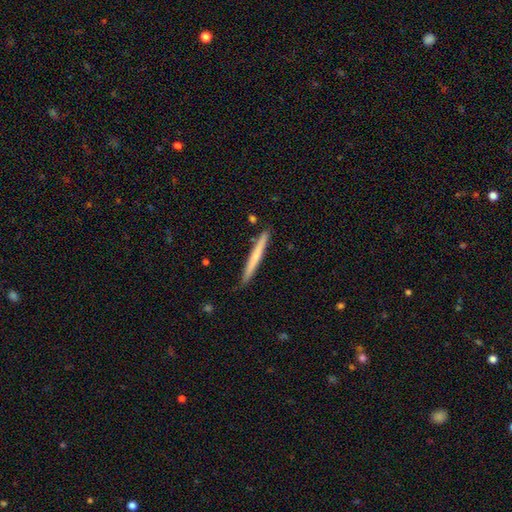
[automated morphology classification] Smooth or featured? Predicted: smooth (p=0.61). How rounded? Predicted: cigar-shaped (p=0.97). Merging? Predicted: none (p=0.89).